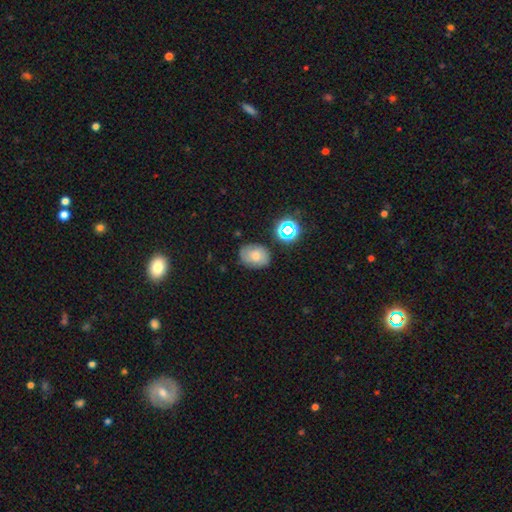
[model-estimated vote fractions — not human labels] smooth_or_featured: smooth (p=0.64) [alt: featured or disk p=0.22]
how_rounded: in between (p=0.62) [alt: round p=0.37]
merging: none (p=0.73) [alt: minor disturbance p=0.19]